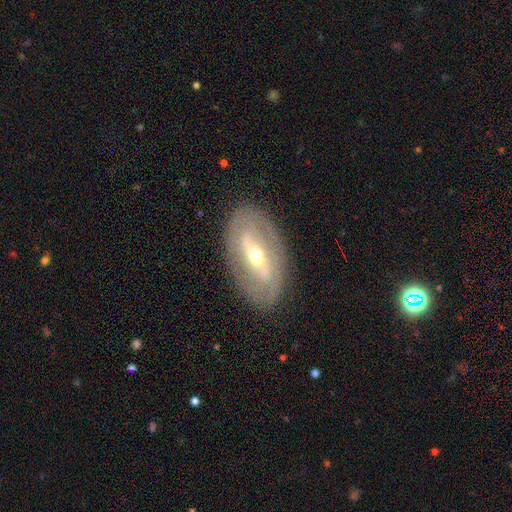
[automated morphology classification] Overall: featured or disk (78%). Edge-on disk: no (91%). Bar: strong (51%; weak 32%). Spiral arms: yes (64%; no 36%). Bulge size: moderate (55%; small 41%). Merging: none (84%).